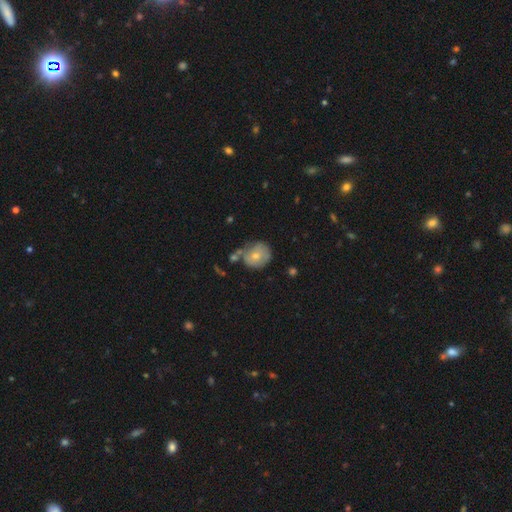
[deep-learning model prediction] smooth 64%, featured or disk 28%, star or artifact 8%. Down the decision tree: how rounded — round (78%); merging — none (50%).